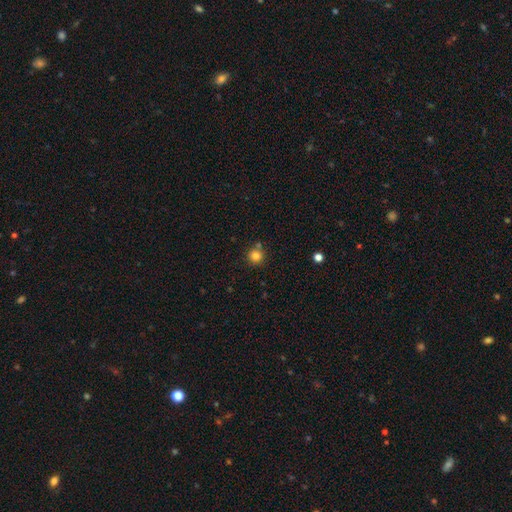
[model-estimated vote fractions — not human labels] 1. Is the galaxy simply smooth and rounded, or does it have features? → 82% smooth, 13% star or artifact, 5% featured or disk.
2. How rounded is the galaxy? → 94% round, 5% in between, 1% cigar-shaped.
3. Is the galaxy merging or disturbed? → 78% none, 11% merger, 9% minor disturbance, 3% major disturbance.